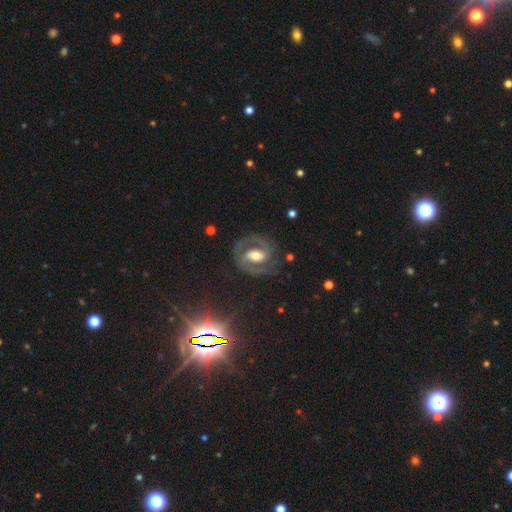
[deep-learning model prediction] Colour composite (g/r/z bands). It shows a featured or disk galaxy (84%) with a weak bar (39%), 2 (89%) medium (52%) spiral arms (91%) and a moderate central bulge (64%). Merging: none (75%).